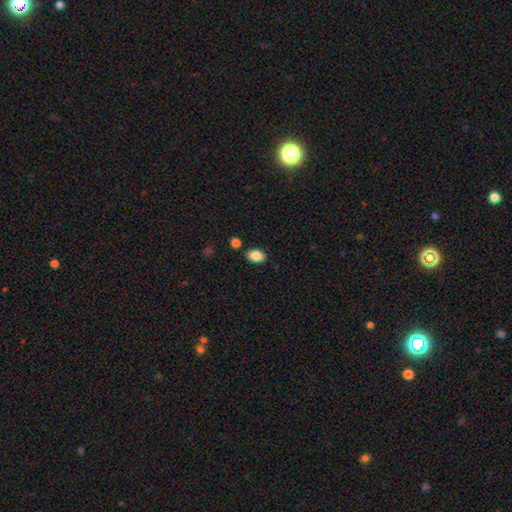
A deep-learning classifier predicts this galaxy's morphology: Smooth or featured: smooth — 87% (star or artifact — 8%)
How rounded: in between — 87% (round — 11%)
Merging: none — 84% (minor disturbance — 9%)